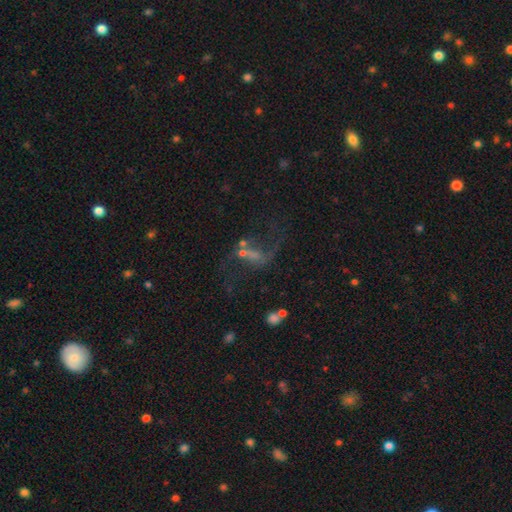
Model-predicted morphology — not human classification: A featured or disk galaxy (69%) with a weak bar (40%), 2 (87%) loose (81%) spiral arms (81%) and no central bulge (41%). Merging: none (48%).